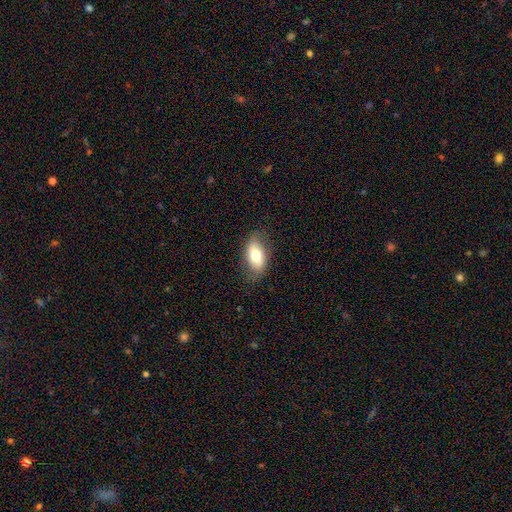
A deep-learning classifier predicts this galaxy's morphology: Smooth or featured?
  - smooth: 64% *
  - featured or disk: 29%
  - star or artifact: 7%
How rounded?
  - in between: 90% *
  - round: 6%
  - cigar-shaped: 4%
Merging?
  - none: 77% *
  - minor disturbance: 17%
  - major disturbance: 5%
  - merger: 1%